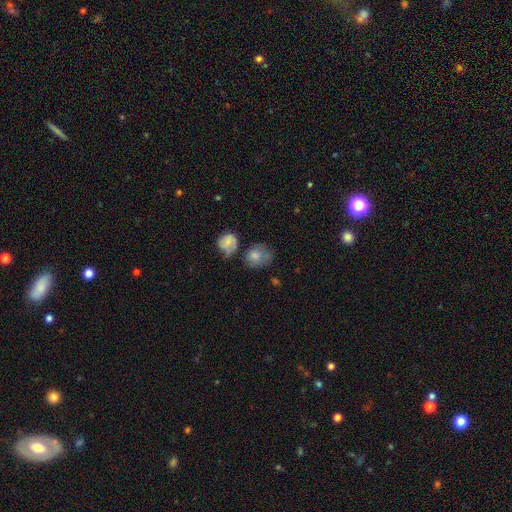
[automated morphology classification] Smooth or featured?
  - smooth: 70% *
  - featured or disk: 21%
  - star or artifact: 9%
How rounded?
  - round: 55% *
  - in between: 44%
  - cigar-shaped: 1%
Merging?
  - none: 43% *
  - minor disturbance: 27%
  - major disturbance: 17%
  - merger: 13%